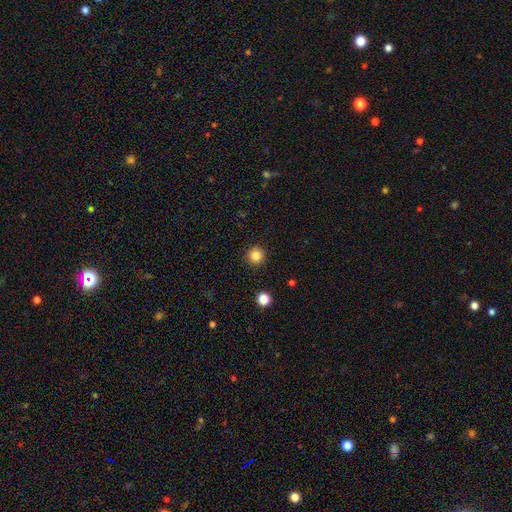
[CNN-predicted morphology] This is clearly a smooth galaxy (84%). How rounded: clearly round (96%). Merging: clearly none (93%).